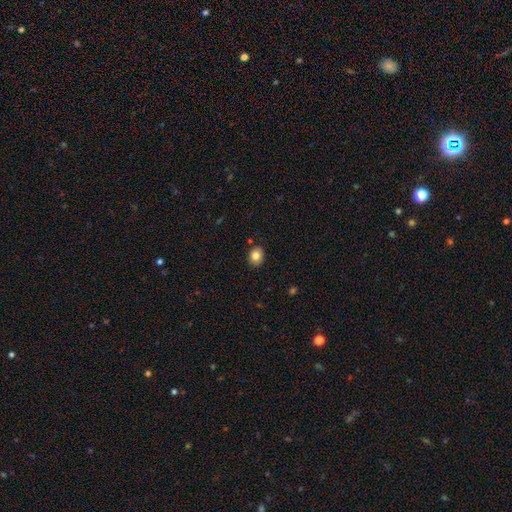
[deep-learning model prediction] smooth-or-featured: smooth: 82% | star or artifact: 10% | featured or disk: 8%
  how-rounded: round: 61% | in between: 39% | cigar-shaped: 1%
  merging: none: 87% | minor disturbance: 9% | major disturbance: 2% | merger: 2%